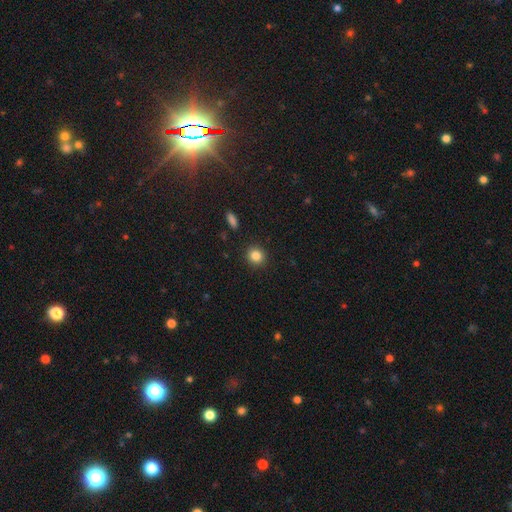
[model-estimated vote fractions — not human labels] Smooth or featured? Predicted: smooth (p=0.85). How rounded? Predicted: round (p=0.86). Merging? Predicted: none (p=0.91).